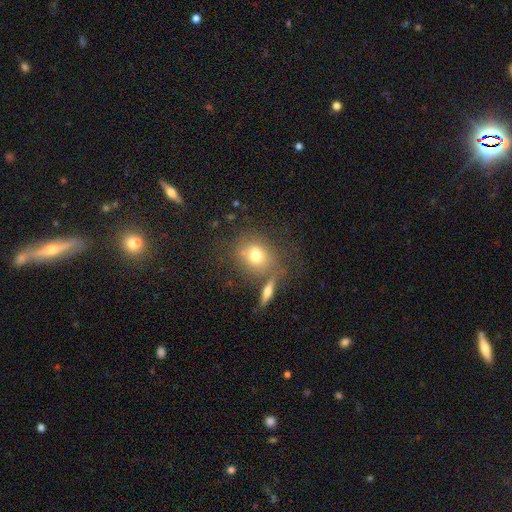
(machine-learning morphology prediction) Q: Smooth or featured?
A: smooth (71%); runner-up: featured or disk (17%)
Q: How rounded?
A: round (67%); runner-up: in between (32%)
Q: Merging?
A: none (64%); runner-up: merger (16%)